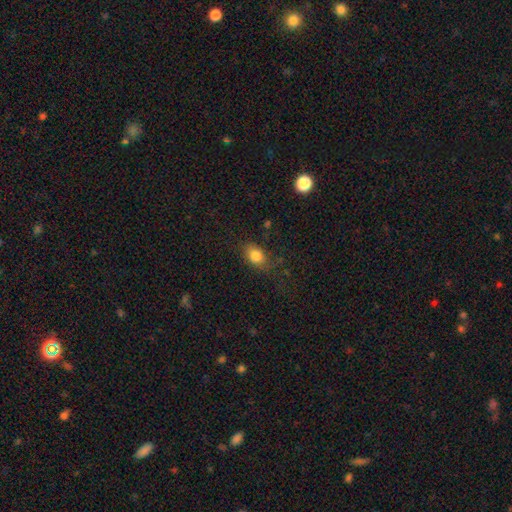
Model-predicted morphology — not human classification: smooth 83%, star or artifact 10%, featured or disk 7%. Down the decision tree: how rounded — in between (69%); merging — none (70%).